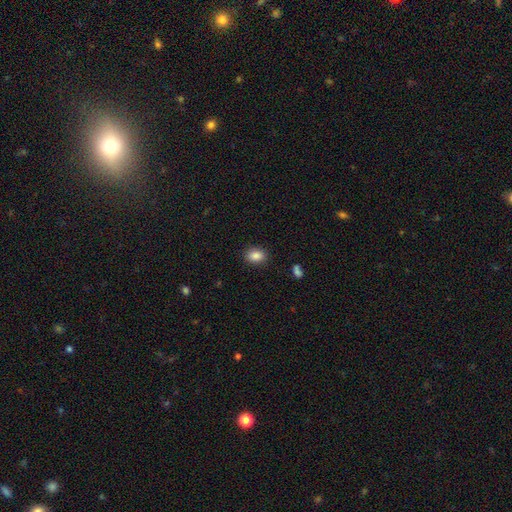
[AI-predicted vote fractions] Smooth or featured? smooth (87%)
How rounded? in between (70%)
Merging? none (88%)